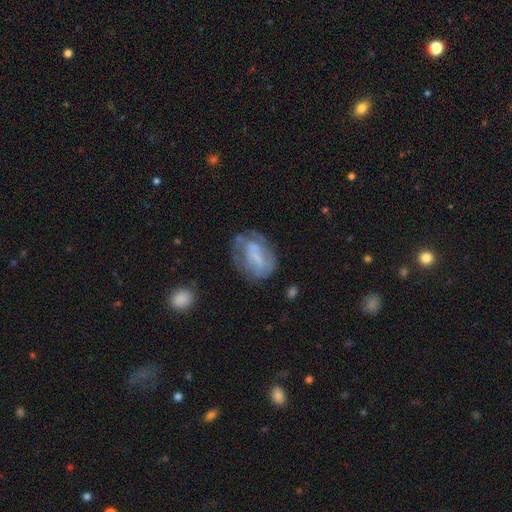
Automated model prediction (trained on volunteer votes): This is possibly a featured or disk galaxy (51%). It is clearly not viewed edge-on (96%). Merging: possibly none (49%).